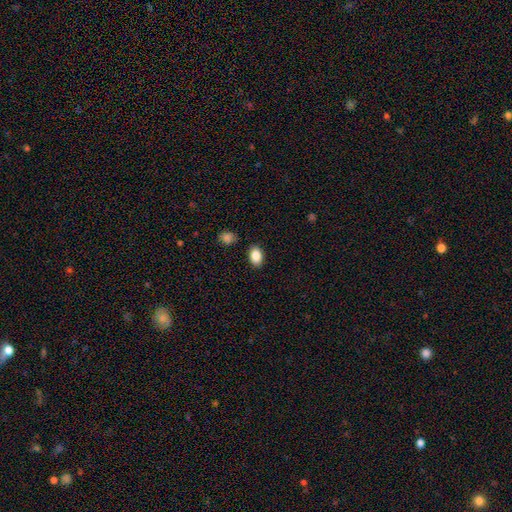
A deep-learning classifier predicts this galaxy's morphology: Smooth or featured: smooth — 87% (star or artifact — 8%)
How rounded: in between — 87% (round — 12%)
Merging: none — 85% (minor disturbance — 10%)